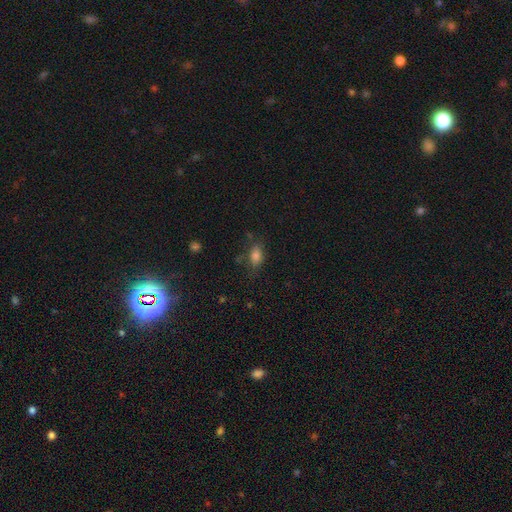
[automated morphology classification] smooth-or-featured: smooth: 79% | star or artifact: 12% | featured or disk: 9%
  how-rounded: in between: 84% | round: 10% | cigar-shaped: 6%
  merging: none: 65% | minor disturbance: 22% | major disturbance: 9% | merger: 4%